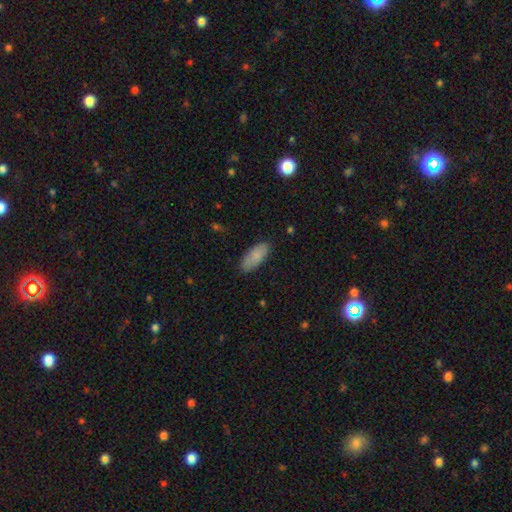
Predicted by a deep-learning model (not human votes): smooth-or-featured: smooth: 86% | featured or disk: 8% | star or artifact: 6%
  how-rounded: in between: 85% | cigar-shaped: 13% | round: 2%
  merging: none: 85% | minor disturbance: 12% | major disturbance: 2% | merger: 1%